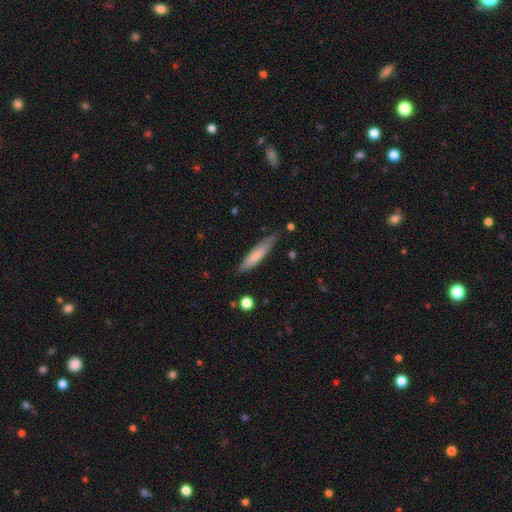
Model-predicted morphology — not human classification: This appears to be a smooth galaxy with no disk features (74%) that is cigar-shaped (86%). Merging: none (78%).